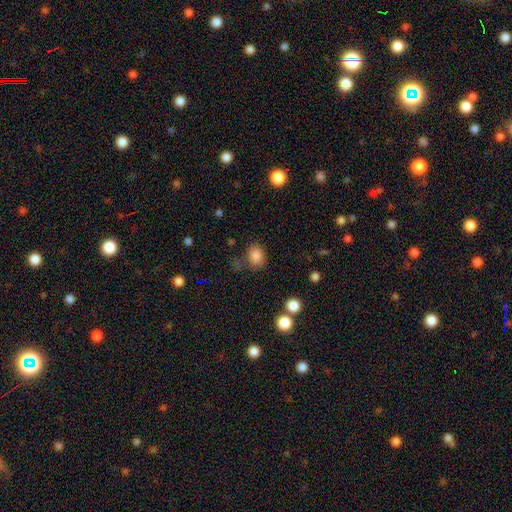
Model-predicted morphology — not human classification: Overall: smooth (84%). How rounded: round (50%; in between 49%). Merging: none (70%).